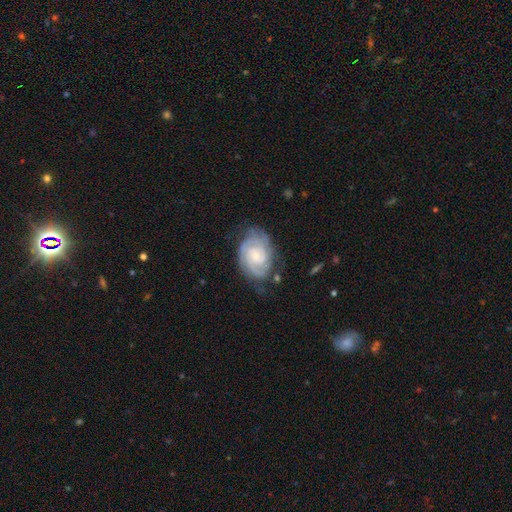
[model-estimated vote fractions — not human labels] Smooth or featured?
  - featured or disk: 85% *
  - smooth: 10%
  - star or artifact: 5%
Edge-on disk?
  - no: 98% *
  - yes: 2%
Bar?
  - no: 53% *
  - weak: 40%
  - strong: 7%
Spiral arms?
  - yes: 97% *
  - no: 3%
Spiral winding?
  - tight: 70% *
  - medium: 26%
  - loose: 4%
Spiral arm count?
  - 2: 48% *
  - can't tell: 19%
  - 3: 19%
  - 4: 6%
  - 1: 4%
  - more than 4: 4%
Bulge size?
  - small: 66% *
  - moderate: 23%
  - none: 8%
  - large: 2%
  - dominant: 1%
Merging?
  - none: 70% *
  - minor disturbance: 21%
  - major disturbance: 8%
  - merger: 2%